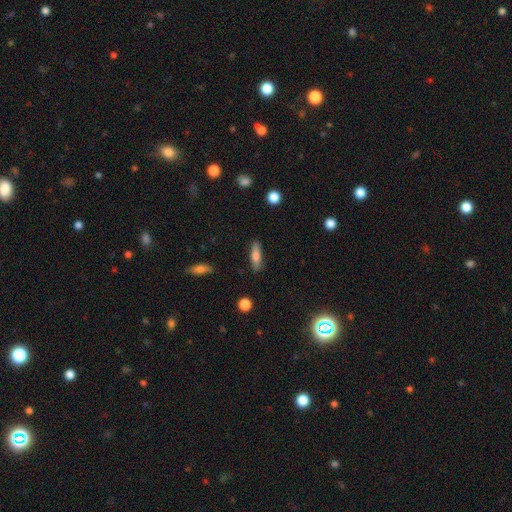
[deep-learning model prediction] This is likely a smooth galaxy (73%). How rounded: likely cigar-shaped (64%). Merging: clearly none (85%).